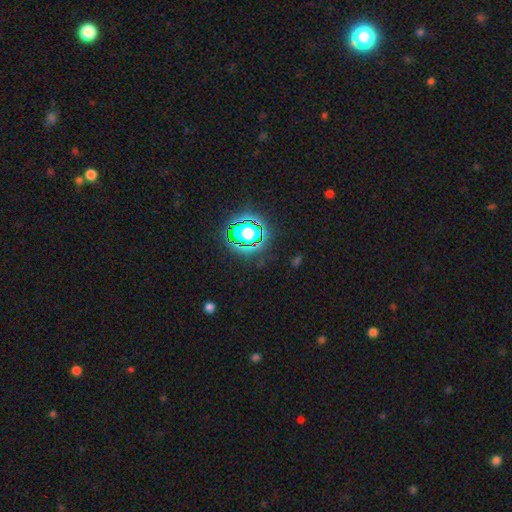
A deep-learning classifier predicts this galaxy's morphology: smooth-or-featured: star or artifact: 82% | smooth: 11% | featured or disk: 7%